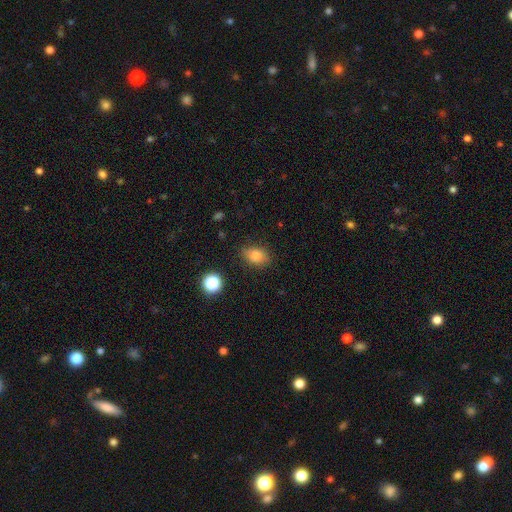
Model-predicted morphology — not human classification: A smooth galaxy with no disk features (83%) that is in between round and cigar-shaped (73%). Merging: none (76%).